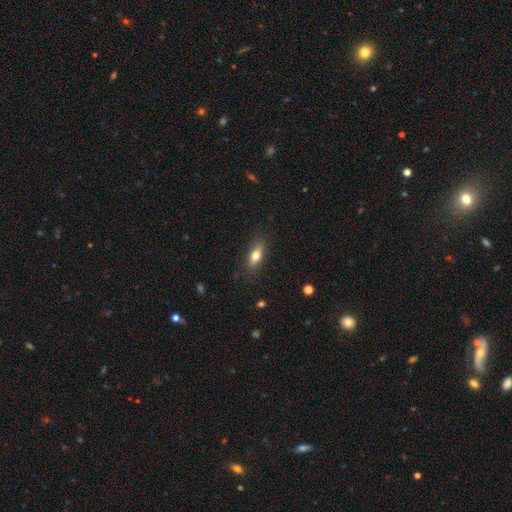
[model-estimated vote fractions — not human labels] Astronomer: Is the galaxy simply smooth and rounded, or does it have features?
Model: smooth — 70%.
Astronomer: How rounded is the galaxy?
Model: in between — 66%.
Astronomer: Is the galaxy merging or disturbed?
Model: none — 83%.